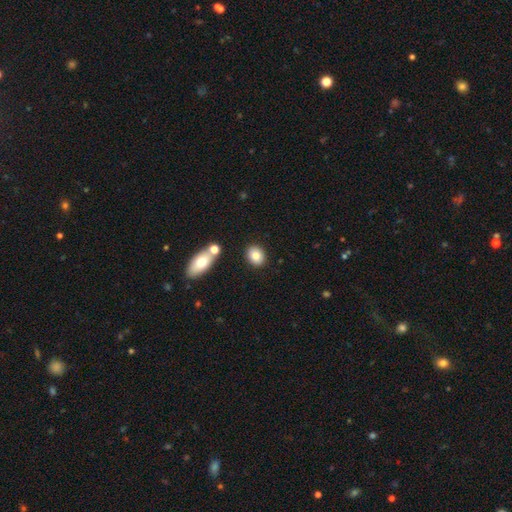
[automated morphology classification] Smooth or featured? smooth (82%)
How rounded? in between (59%)
Merging? none (82%)